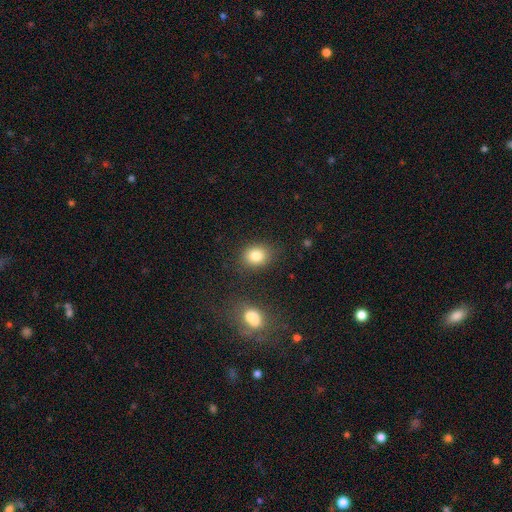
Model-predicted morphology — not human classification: Overall: smooth (83%). How rounded: round (54%; in between 44%). Merging: none (82%).